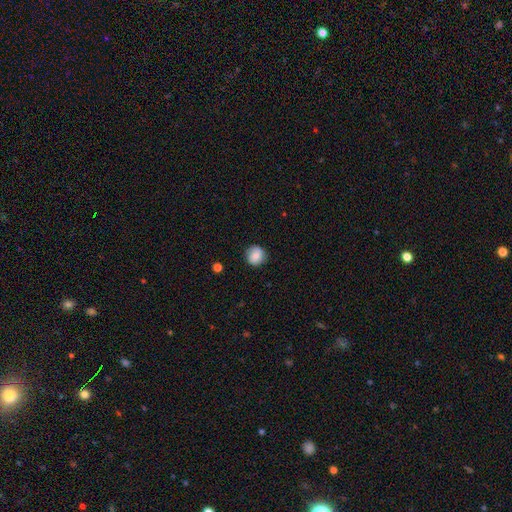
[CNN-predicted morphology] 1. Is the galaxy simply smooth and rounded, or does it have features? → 76% smooth, 16% featured or disk, 8% star or artifact.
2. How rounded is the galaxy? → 91% round, 8% in between, 1% cigar-shaped.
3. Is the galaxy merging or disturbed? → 85% none, 12% minor disturbance, 3% major disturbance, 1% merger.